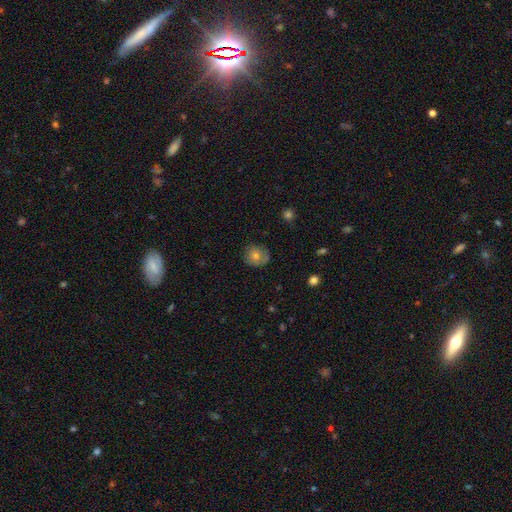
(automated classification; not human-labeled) The model was most divided on "smooth or featured": smooth: 65%, featured or disk: 25%, star or artifact: 10%. More confident: how rounded — round (84%); merging — none (71%).